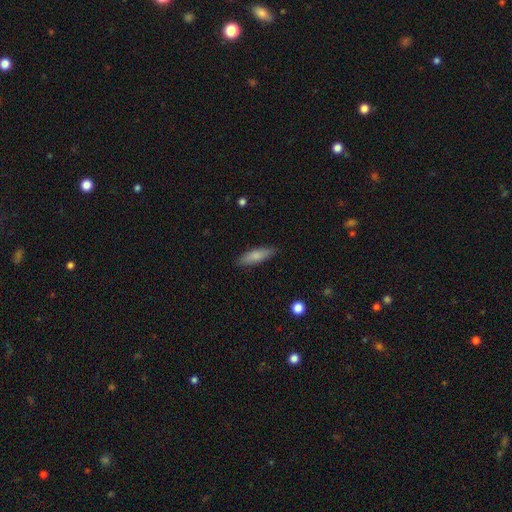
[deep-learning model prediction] smooth-or-featured: smooth: 80% | featured or disk: 14% | star or artifact: 6%
  how-rounded: cigar-shaped: 64% | in between: 34% | round: 2%
  merging: none: 87% | minor disturbance: 10% | major disturbance: 2% | merger: 1%